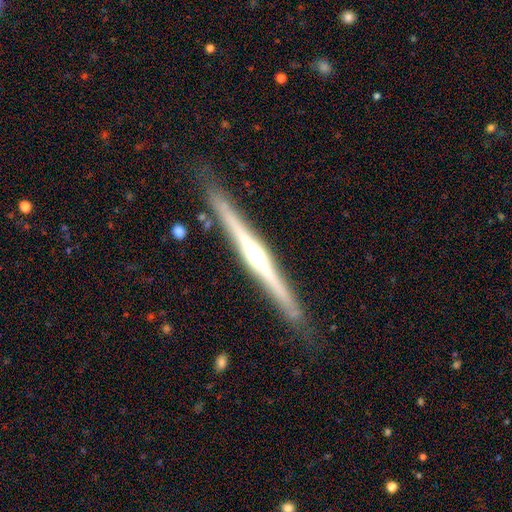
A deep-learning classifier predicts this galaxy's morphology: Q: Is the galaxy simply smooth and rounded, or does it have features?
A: featured or disk — 83%.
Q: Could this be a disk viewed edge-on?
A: yes — 98%.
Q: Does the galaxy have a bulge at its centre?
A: rounded — 85%.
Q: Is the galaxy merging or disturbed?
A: none — 87%.